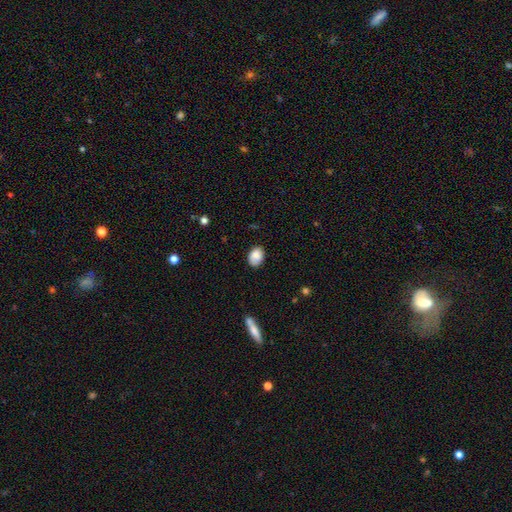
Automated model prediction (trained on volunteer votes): Q: Smooth or featured?
A: smooth (86%); runner-up: star or artifact (7%)
Q: How rounded?
A: in between (77%); runner-up: round (22%)
Q: Merging?
A: none (76%); runner-up: minor disturbance (19%)